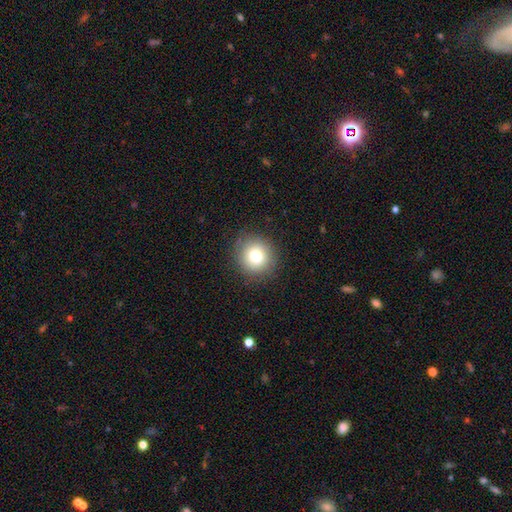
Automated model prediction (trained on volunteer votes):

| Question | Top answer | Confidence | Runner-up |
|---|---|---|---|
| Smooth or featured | smooth | 76% | featured or disk (12%) |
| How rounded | round | 89% | in between (10%) |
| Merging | none | 87% | minor disturbance (9%) |